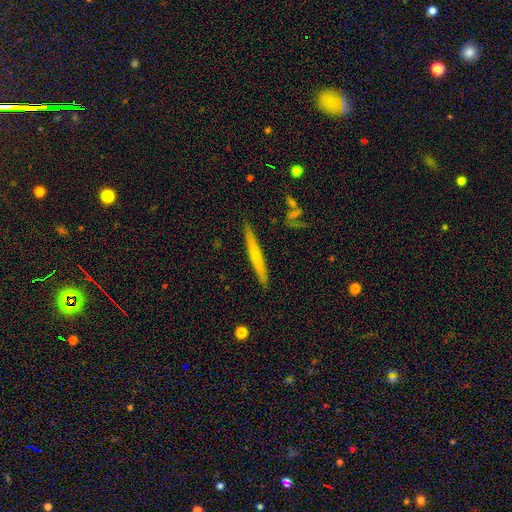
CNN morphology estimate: A smooth galaxy with no disk features (49%).

Vote fractions:
- Smooth or featured? smooth: 49% / featured or disk: 46% / star or artifact: 6%
- Merging? none: 89% / minor disturbance: 8% / merger: 2% / major disturbance: 2%